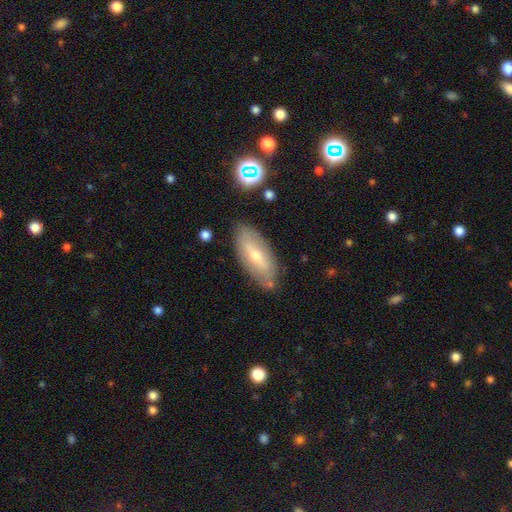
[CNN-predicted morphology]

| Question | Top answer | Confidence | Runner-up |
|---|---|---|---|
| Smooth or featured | smooth | 47% | featured or disk (44%) |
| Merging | none | 79% | minor disturbance (14%) |